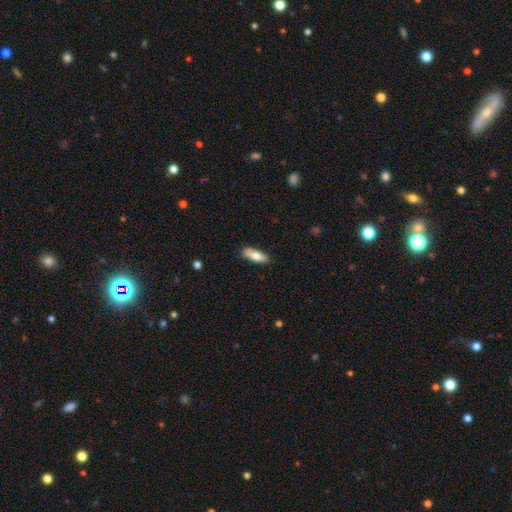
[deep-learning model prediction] This appears to be a smooth galaxy with no disk features (74%) that is in between round and cigar-shaped (63%). Merging: none (81%).